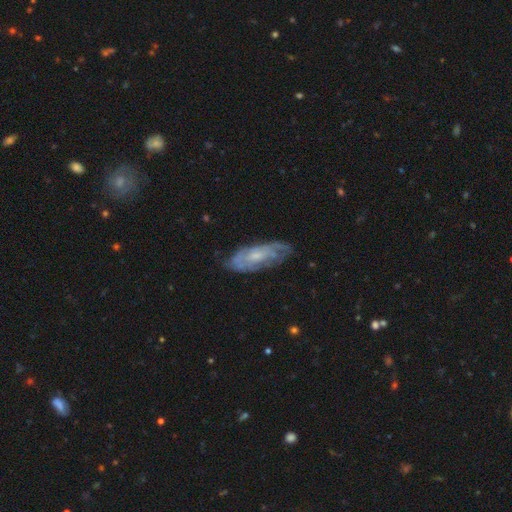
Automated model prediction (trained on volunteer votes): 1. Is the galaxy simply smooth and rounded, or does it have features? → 68% featured or disk, 26% smooth, 7% star or artifact.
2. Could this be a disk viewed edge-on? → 84% no, 16% yes.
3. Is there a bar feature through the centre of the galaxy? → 68% no, 27% weak, 5% strong.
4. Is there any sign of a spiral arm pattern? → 78% yes, 22% no.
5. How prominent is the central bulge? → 47% small, 37% moderate, 12% none, 3% large, 1% dominant.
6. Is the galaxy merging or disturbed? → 71% none, 21% minor disturbance, 7% major disturbance, 2% merger.